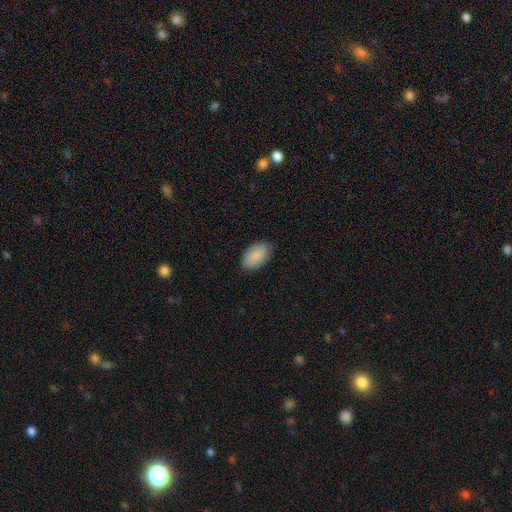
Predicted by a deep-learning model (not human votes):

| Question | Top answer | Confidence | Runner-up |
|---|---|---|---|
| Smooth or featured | smooth | 88% | featured or disk (6%) |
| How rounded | in between | 94% | round (4%) |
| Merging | none | 83% | minor disturbance (13%) |